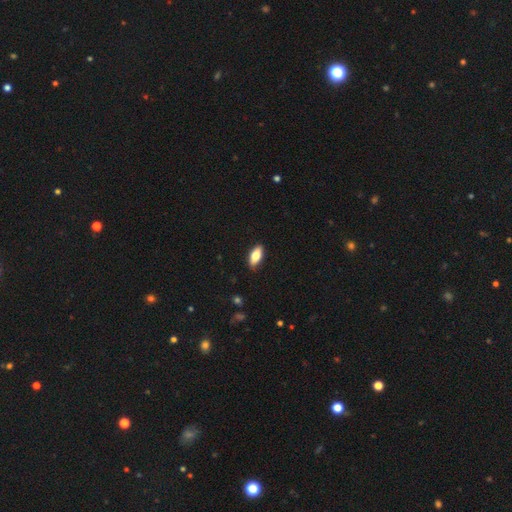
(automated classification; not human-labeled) Smooth or featured? Predicted: smooth (p=0.79). How rounded? Predicted: in between (p=0.85). Merging? Predicted: none (p=0.87).